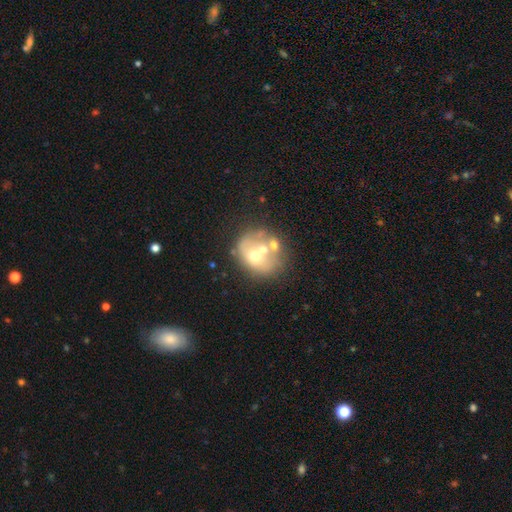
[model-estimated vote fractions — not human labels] Smooth or featured? featured or disk (47%)
Merging? merger (39%)